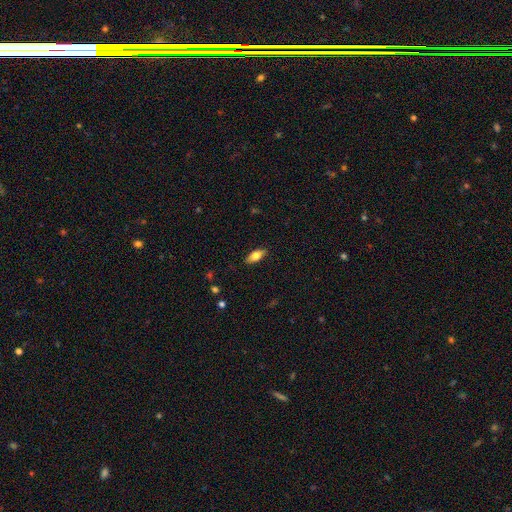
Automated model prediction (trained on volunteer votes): Smooth or featured?
  - smooth: 75% *
  - featured or disk: 18%
  - star or artifact: 7%
How rounded?
  - in between: 82% *
  - cigar-shaped: 15%
  - round: 3%
Merging?
  - none: 87% *
  - minor disturbance: 10%
  - major disturbance: 2%
  - merger: 1%